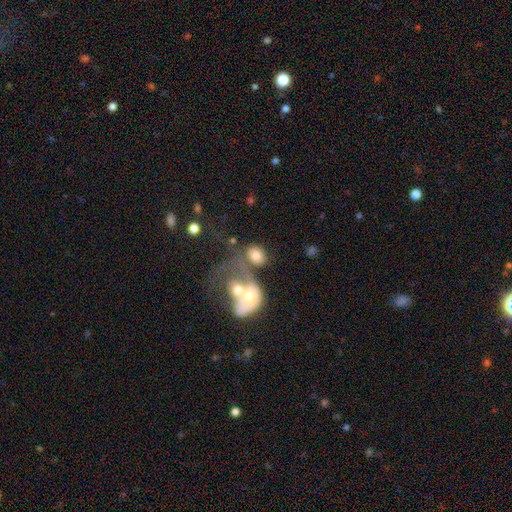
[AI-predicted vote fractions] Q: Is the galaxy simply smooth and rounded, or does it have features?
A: smooth — 65%.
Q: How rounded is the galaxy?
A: in between — 60%.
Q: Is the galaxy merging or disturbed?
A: merger — 53%.